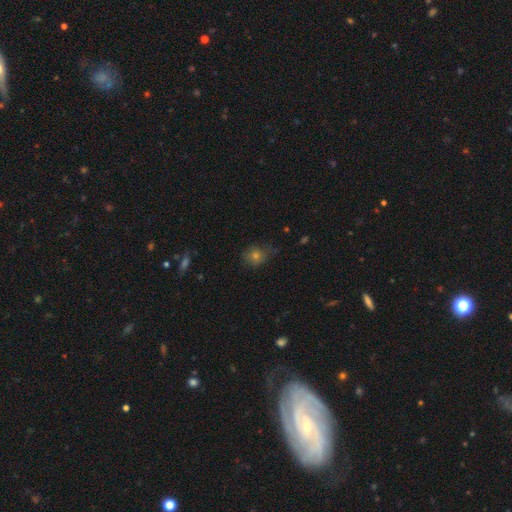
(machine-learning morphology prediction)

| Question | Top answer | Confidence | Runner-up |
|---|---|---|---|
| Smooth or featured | smooth | 60% | star or artifact (23%) |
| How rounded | round | 70% | in between (28%) |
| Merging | none | 64% | minor disturbance (24%) |